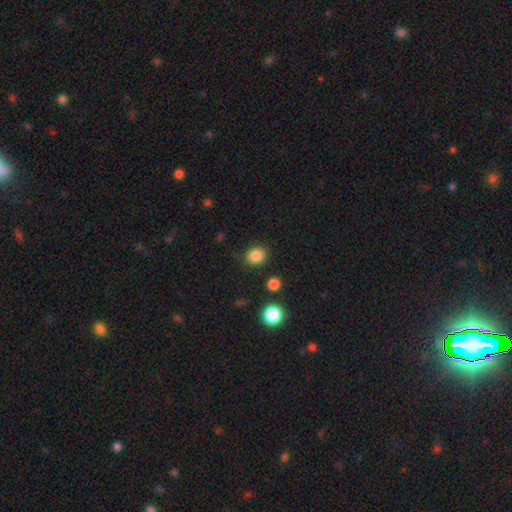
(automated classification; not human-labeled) Smooth or featured: smooth — 86% (star or artifact — 10%)
How rounded: round — 69% (in between — 30%)
Merging: none — 86% (minor disturbance — 9%)